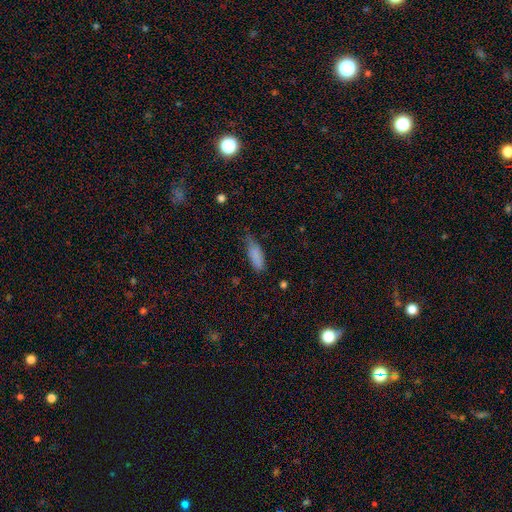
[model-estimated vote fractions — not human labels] smooth 84%, star or artifact 8%, featured or disk 8%. Down the decision tree: how rounded — in between (70%); merging — none (44%).